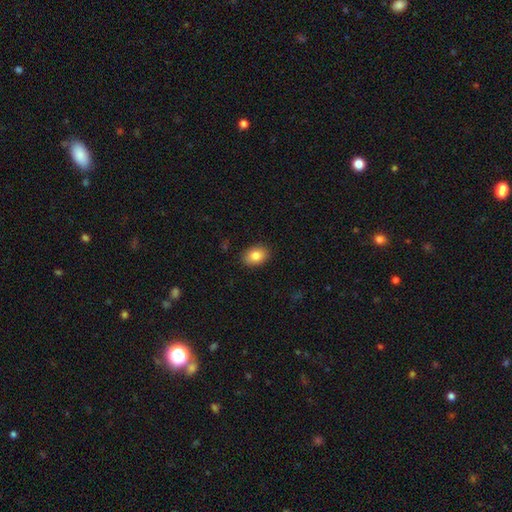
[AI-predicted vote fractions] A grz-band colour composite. It shows a smooth galaxy with no disk features (84%) that is in between round and cigar-shaped (73%). Merging: none (89%).